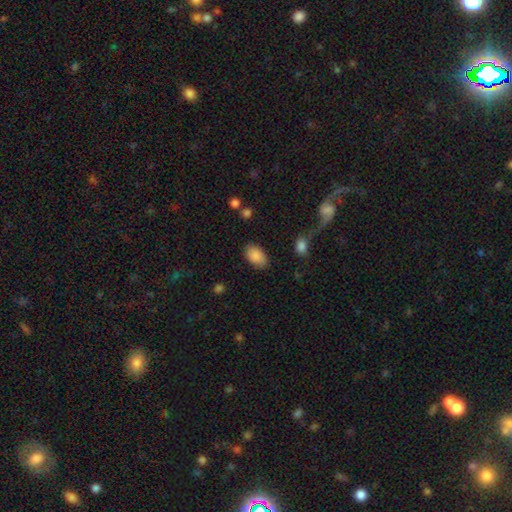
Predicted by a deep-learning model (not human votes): smooth_or_featured: smooth (p=0.88) [alt: star or artifact p=0.07]
how_rounded: in between (p=0.91) [alt: round p=0.08]
merging: none (p=0.85) [alt: minor disturbance p=0.11]